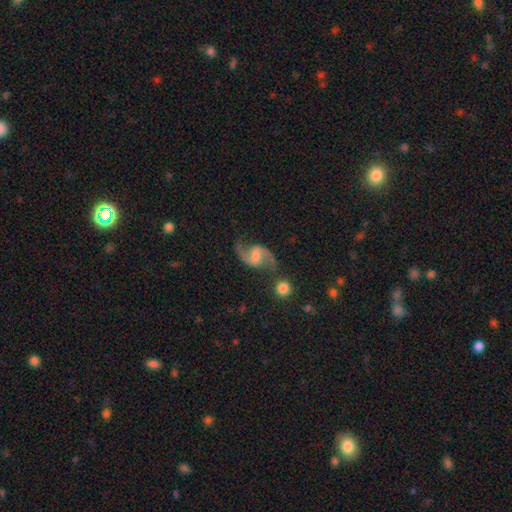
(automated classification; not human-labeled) Morphology: type=featured or disk (90%); edge-on=no (98%); bar=weak (53%); spiral arms=yes (97%); winding=loose (59%); arm count=2 (94%); bulge=moderate (38%); merging=none (75%).